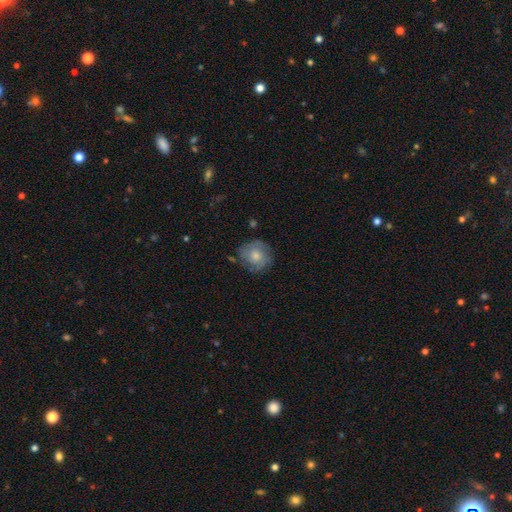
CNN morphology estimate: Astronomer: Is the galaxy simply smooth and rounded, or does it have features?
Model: smooth — 65%.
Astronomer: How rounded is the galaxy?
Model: round — 89%.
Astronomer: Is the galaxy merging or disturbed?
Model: none — 74%.